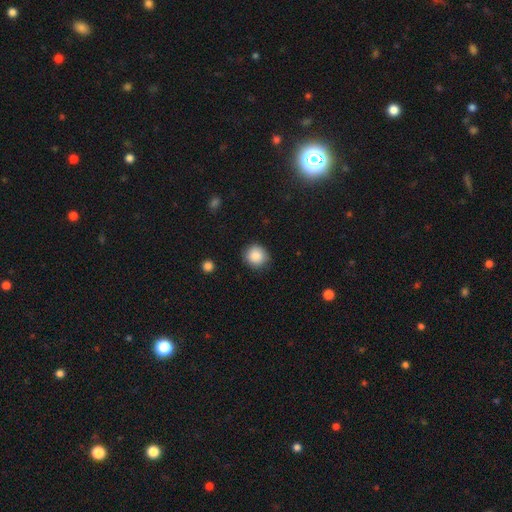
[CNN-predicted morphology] Overall: smooth (87%). How rounded: round (87%). Merging: none (86%).